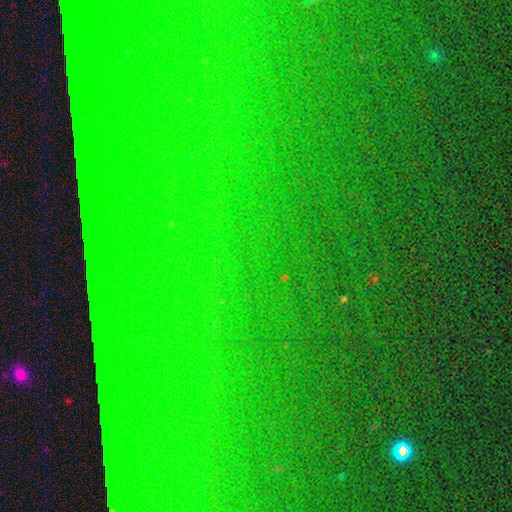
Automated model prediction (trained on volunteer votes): This appears to be a star or artifact, not a galaxy (82%).